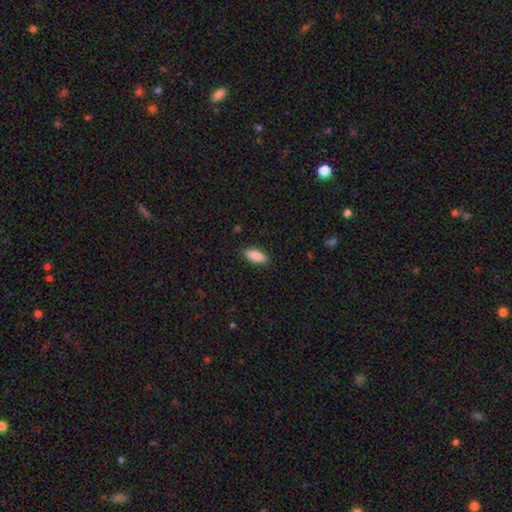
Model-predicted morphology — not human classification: Overall: smooth (90%). How rounded: in between (76%). Merging: none (89%).